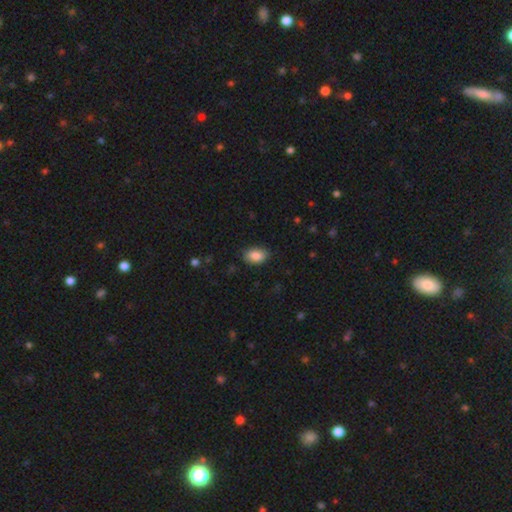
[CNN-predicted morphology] Smooth or featured: smooth — 86% (star or artifact — 7%)
How rounded: in between — 89% (round — 9%)
Merging: none — 83% (minor disturbance — 13%)